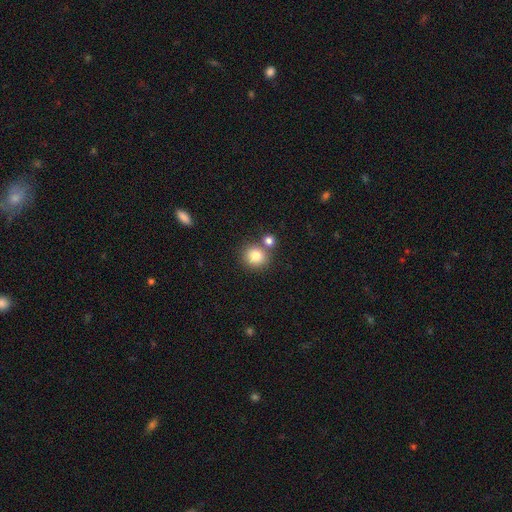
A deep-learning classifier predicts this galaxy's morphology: This is clearly a smooth galaxy (81%). How rounded: clearly round (84%). Merging: likely none (66%).